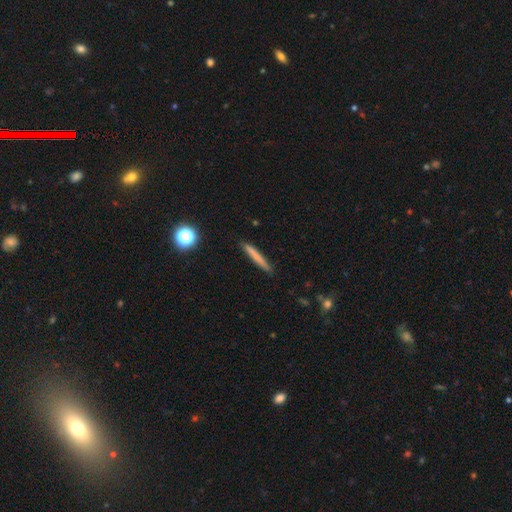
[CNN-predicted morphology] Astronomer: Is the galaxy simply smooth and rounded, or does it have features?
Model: smooth — 70%.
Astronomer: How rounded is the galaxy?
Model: cigar-shaped — 95%.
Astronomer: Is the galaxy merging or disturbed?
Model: none — 87%.